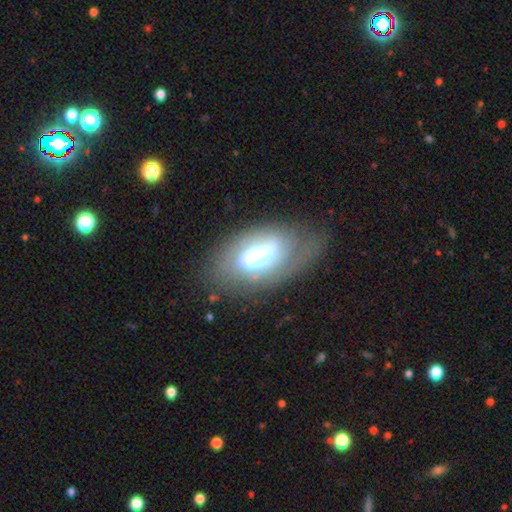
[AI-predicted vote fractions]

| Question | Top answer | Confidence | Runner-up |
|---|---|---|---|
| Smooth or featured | featured or disk | 63% | smooth (28%) |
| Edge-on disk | no | 78% | yes (22%) |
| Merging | none | 52% | minor disturbance (22%) |